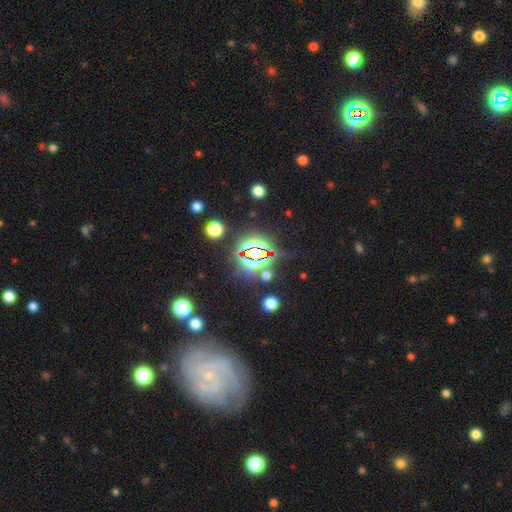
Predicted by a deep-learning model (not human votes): A star or artifact, not a galaxy (65%).